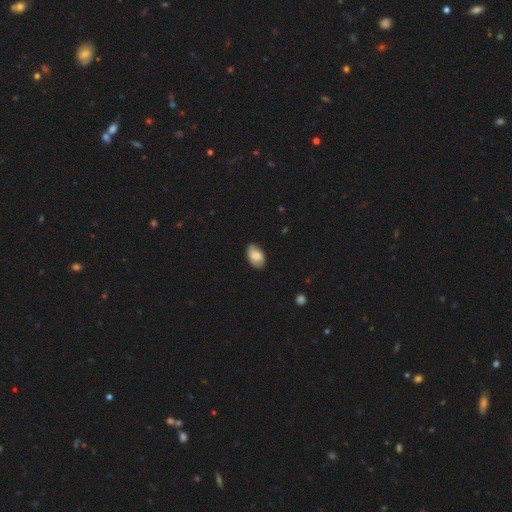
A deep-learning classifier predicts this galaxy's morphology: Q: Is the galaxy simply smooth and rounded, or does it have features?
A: smooth — 77%.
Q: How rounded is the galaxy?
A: in between — 93%.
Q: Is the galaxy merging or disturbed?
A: none — 80%.